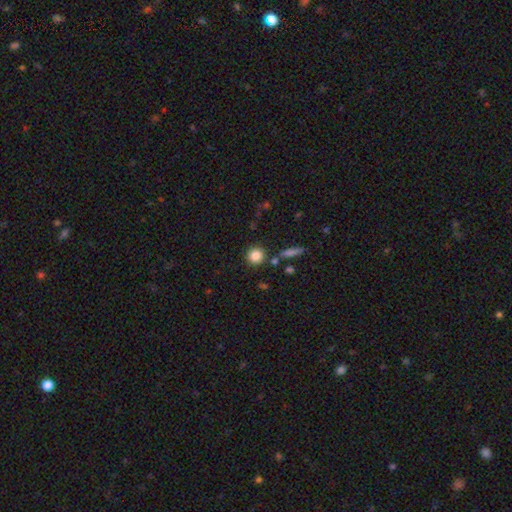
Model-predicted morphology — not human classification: type=smooth (85%); roundness=round (92%); merging=none (84%).